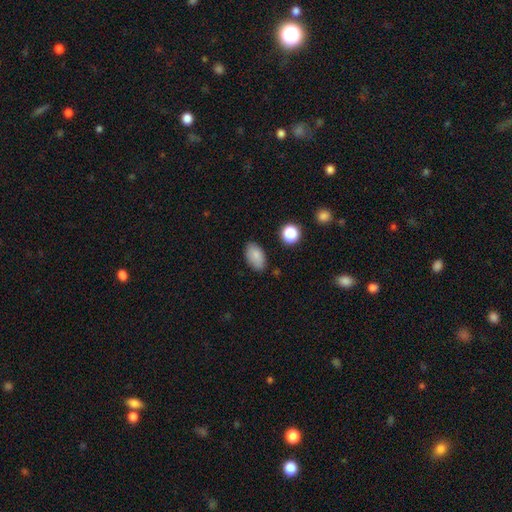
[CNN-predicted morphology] smooth_or_featured: smooth (p=0.84) [alt: star or artifact p=0.09]
how_rounded: in between (p=0.91) [alt: round p=0.08]
merging: none (p=0.79) [alt: minor disturbance p=0.15]